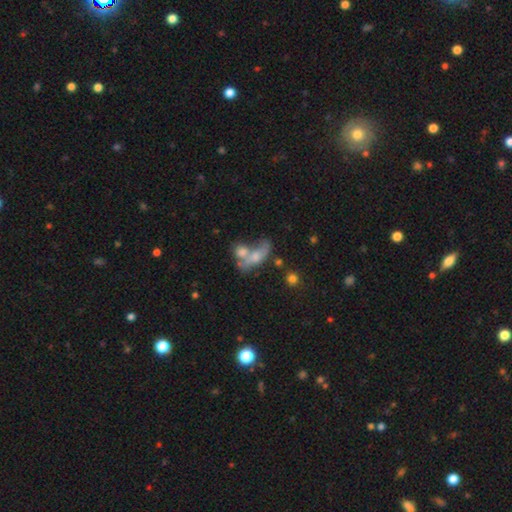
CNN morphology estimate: Smooth or featured?
  - smooth: 47% *
  - featured or disk: 39%
  - star or artifact: 14%
Merging?
  - merger: 48% *
  - none: 25%
  - major disturbance: 14%
  - minor disturbance: 13%